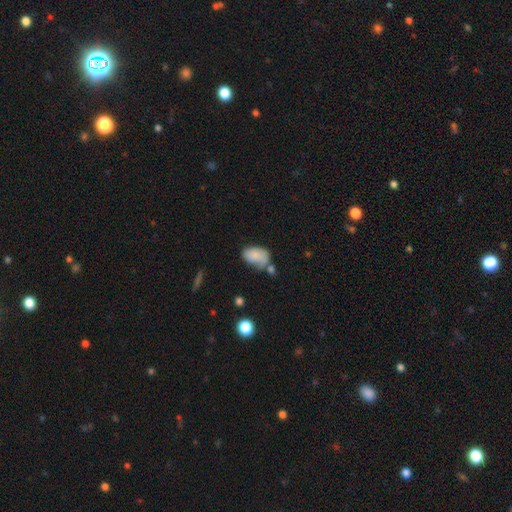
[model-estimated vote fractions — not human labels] This appears to be a smooth galaxy with no disk features (78%) that is in between round and cigar-shaped (89%). Merging: none (39%).